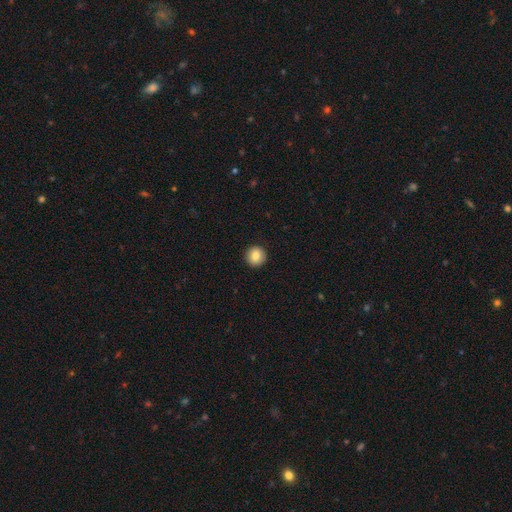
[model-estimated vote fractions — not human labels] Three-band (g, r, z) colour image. It shows a smooth galaxy with no disk features (85%) that is round (95%). Merging: none (93%).